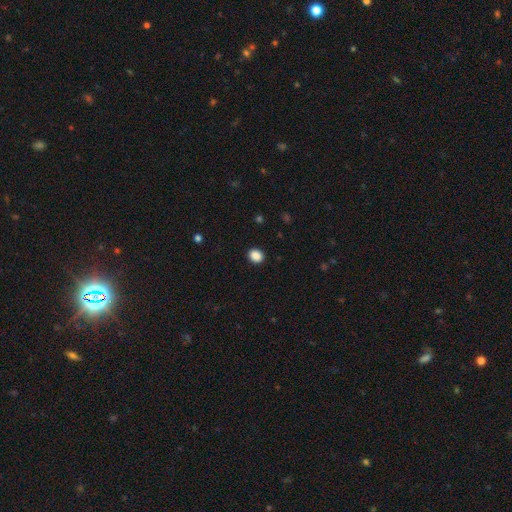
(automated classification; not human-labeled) Smooth or featured?
  - smooth: 88% *
  - star or artifact: 9%
  - featured or disk: 2%
How rounded?
  - round: 67% *
  - in between: 32%
  - cigar-shaped: 1%
Merging?
  - none: 91% *
  - minor disturbance: 6%
  - major disturbance: 2%
  - merger: 1%